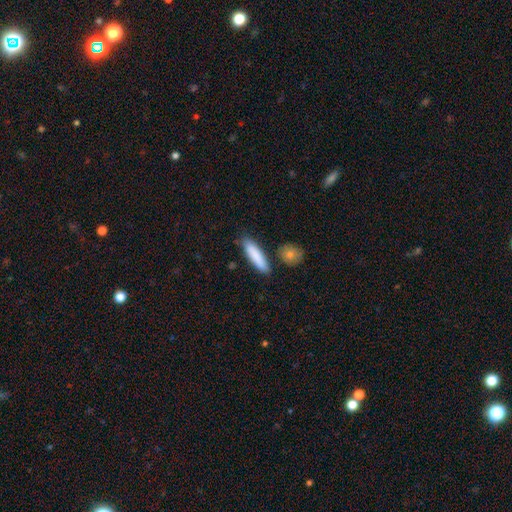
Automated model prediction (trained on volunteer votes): The model was most divided on "how rounded": cigar-shaped: 70%, in between: 28%, round: 2%. More confident: smooth or featured — smooth (86%); merging — none (82%).